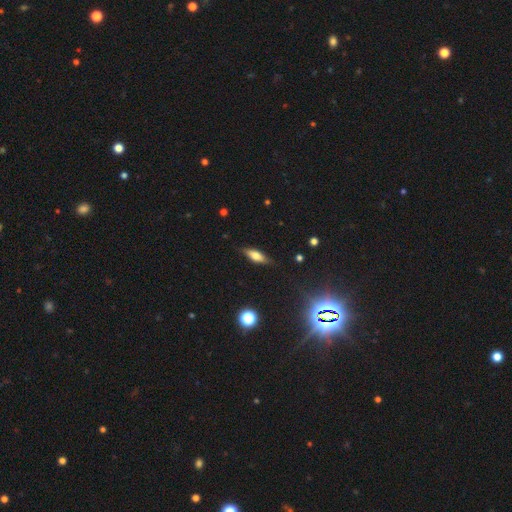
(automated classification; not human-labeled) Smooth or featured: smooth — 57% (featured or disk — 33%)
How rounded: in between — 57% (cigar-shaped — 40%)
Merging: none — 84% (minor disturbance — 12%)